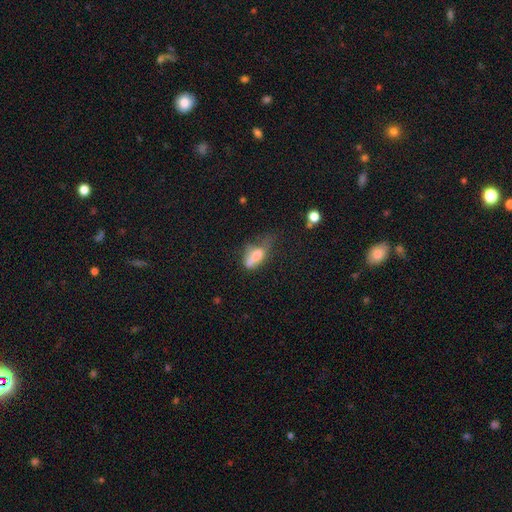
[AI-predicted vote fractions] Q: Smooth or featured?
A: smooth (61%); runner-up: featured or disk (28%)
Q: How rounded?
A: in between (75%); runner-up: cigar-shaped (17%)
Q: Merging?
A: major disturbance (32%); runner-up: minor disturbance (27%)